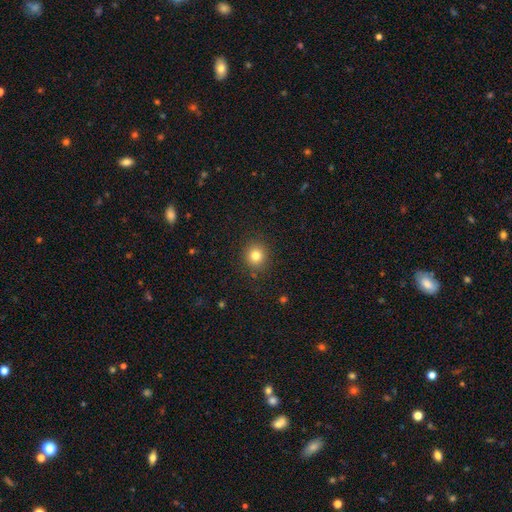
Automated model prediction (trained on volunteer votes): This appears to be a smooth galaxy with no disk features (81%) that is round (90%). Merging: none (89%).